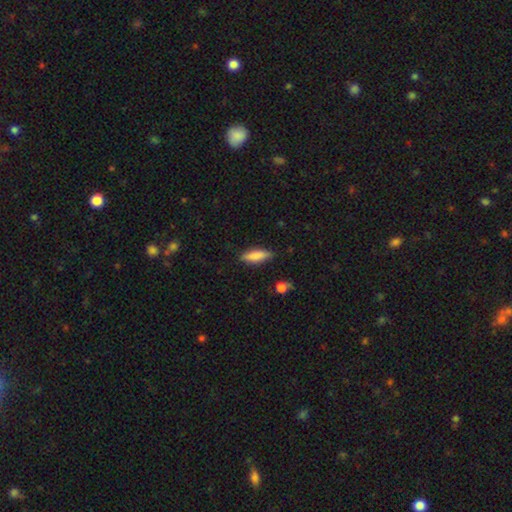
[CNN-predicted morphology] Q: Smooth or featured?
A: smooth (81%); runner-up: featured or disk (13%)
Q: How rounded?
A: cigar-shaped (50%); runner-up: in between (48%)
Q: Merging?
A: none (82%); runner-up: minor disturbance (14%)